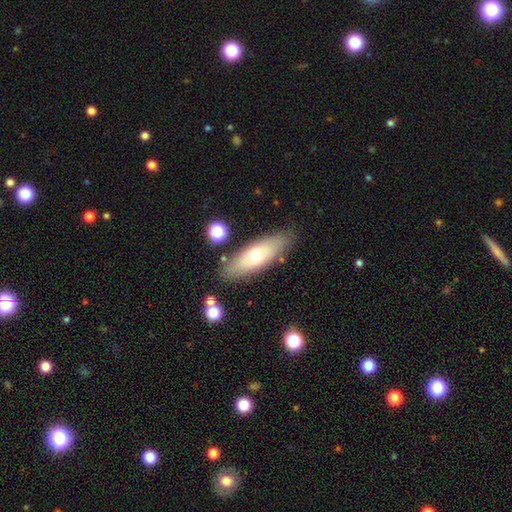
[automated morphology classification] Q: Smooth or featured?
A: smooth (61%); runner-up: featured or disk (32%)
Q: How rounded?
A: in between (60%); runner-up: cigar-shaped (37%)
Q: Merging?
A: none (82%); runner-up: minor disturbance (12%)